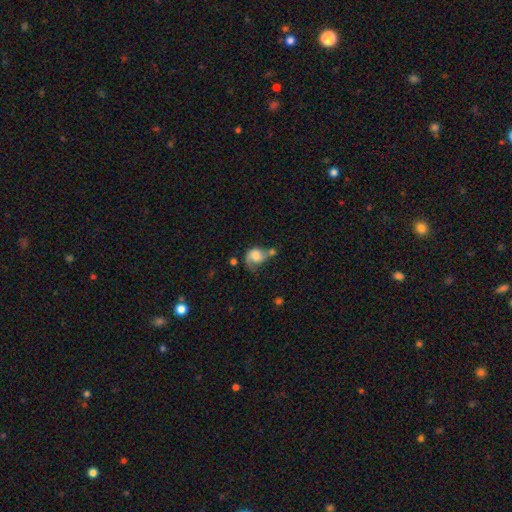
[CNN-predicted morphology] Smooth or featured? smooth (49%)
Merging? major disturbance (27%, tied with merger)